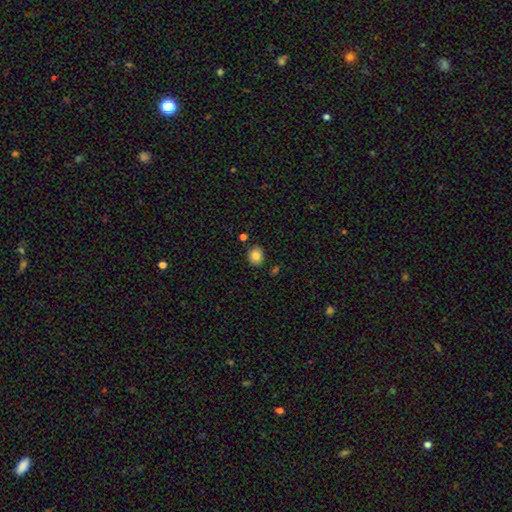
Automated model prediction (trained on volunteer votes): Smooth or featured: smooth — 83% (star or artifact — 10%)
How rounded: round — 72% (in between — 27%)
Merging: none — 86% (minor disturbance — 8%)